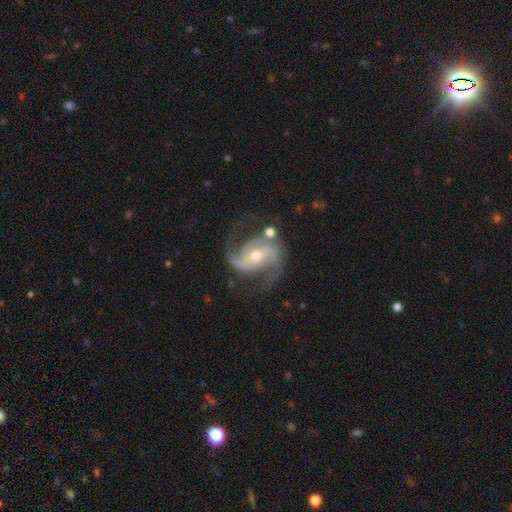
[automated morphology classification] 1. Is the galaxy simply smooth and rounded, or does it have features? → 91% featured or disk, 5% star or artifact, 4% smooth.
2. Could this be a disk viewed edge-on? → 98% no, 2% yes.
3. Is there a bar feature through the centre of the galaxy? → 38% weak, 35% strong, 27% no.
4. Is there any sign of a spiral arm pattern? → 98% yes, 2% no.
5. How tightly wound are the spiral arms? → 53% medium, 32% loose, 14% tight.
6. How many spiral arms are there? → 82% 2, 10% 3, 3% can't tell, 2% 1, 2% 4, 2% more than 4.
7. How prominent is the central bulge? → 51% moderate, 45% small, 2% large, 1% none, 1% dominant.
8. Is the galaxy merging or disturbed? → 68% none, 17% minor disturbance, 11% major disturbance, 4% merger.